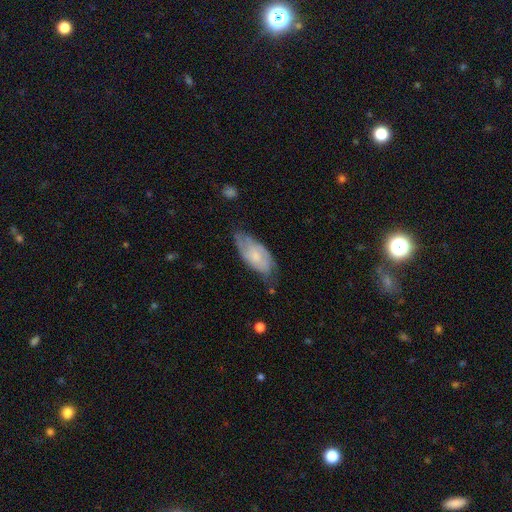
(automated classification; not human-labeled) Overall: featured or disk (48%; smooth 45%). Merging: none (49%; minor disturbance 36%).